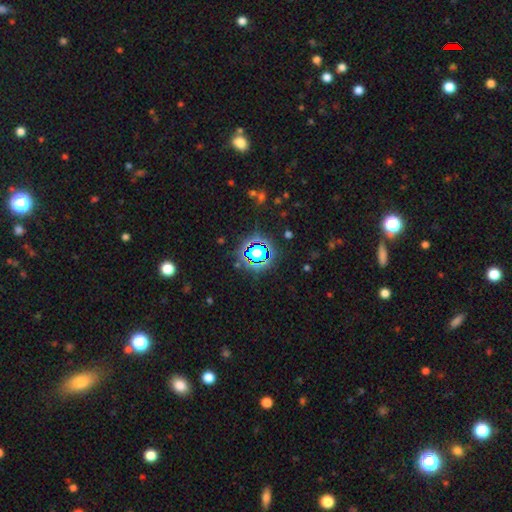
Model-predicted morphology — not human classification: A star or artifact, not a galaxy (63%).

Vote fractions:
- Smooth or featured? star or artifact: 63% / smooth: 25% / featured or disk: 11%